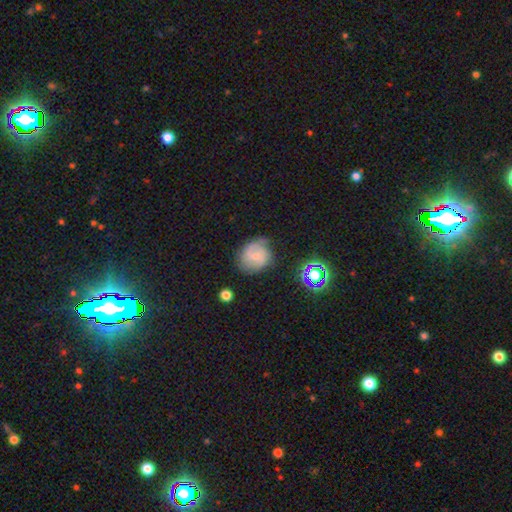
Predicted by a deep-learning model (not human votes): featured or disk 48%, smooth 41%, star or artifact 11%. Down the decision tree: merging — none (62%).